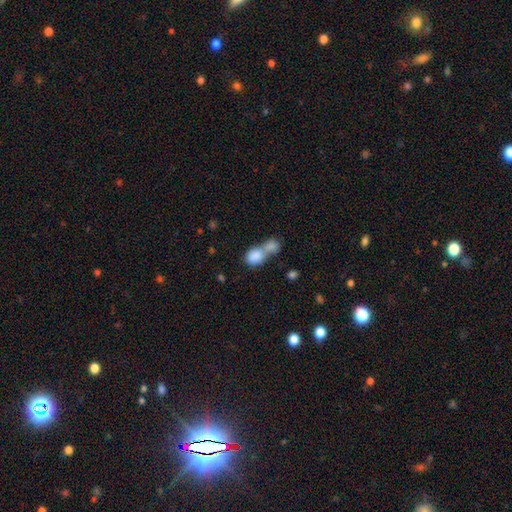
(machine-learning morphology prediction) Q: Smooth or featured?
A: smooth (82%); runner-up: featured or disk (10%)
Q: How rounded?
A: in between (54%); runner-up: round (44%)
Q: Merging?
A: merger (73%); runner-up: none (18%)